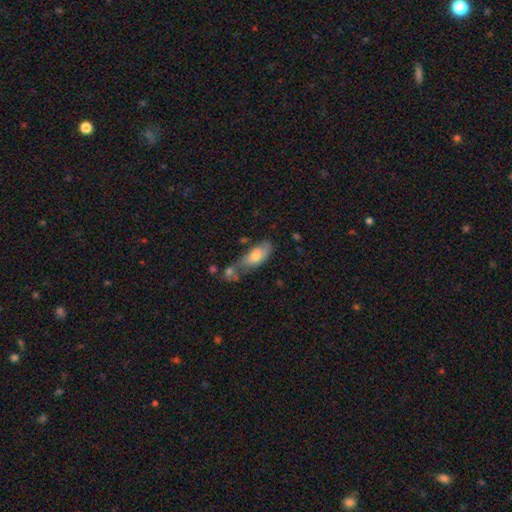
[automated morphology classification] Q: Smooth or featured?
A: smooth (68%); runner-up: featured or disk (25%)
Q: How rounded?
A: in between (80%); runner-up: cigar-shaped (17%)
Q: Merging?
A: none (40%); runner-up: merger (27%)